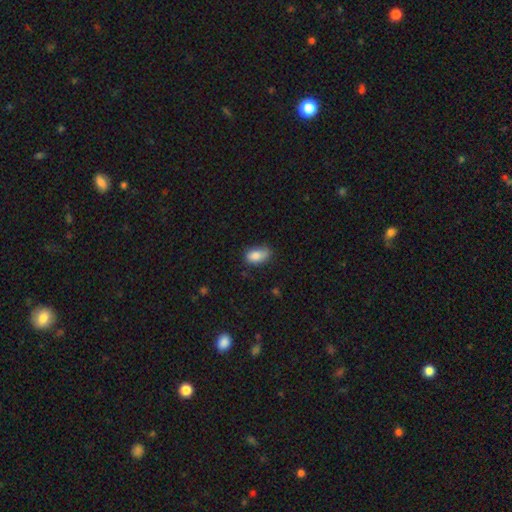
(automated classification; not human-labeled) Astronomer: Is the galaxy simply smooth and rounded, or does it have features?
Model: smooth — 84%.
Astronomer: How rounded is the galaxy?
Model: in between — 90%.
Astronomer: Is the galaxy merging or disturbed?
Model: none — 56% (runner-up: minor disturbance, 33%).